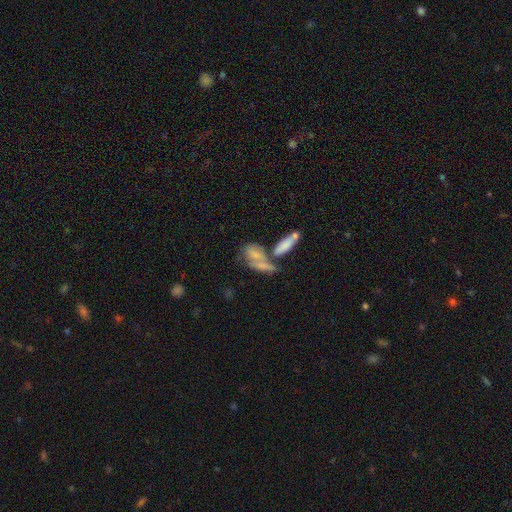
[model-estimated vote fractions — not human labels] Smooth or featured? Predicted: smooth (p=0.61). How rounded? Predicted: in between (p=0.75). Merging? Predicted: merger (p=0.55).